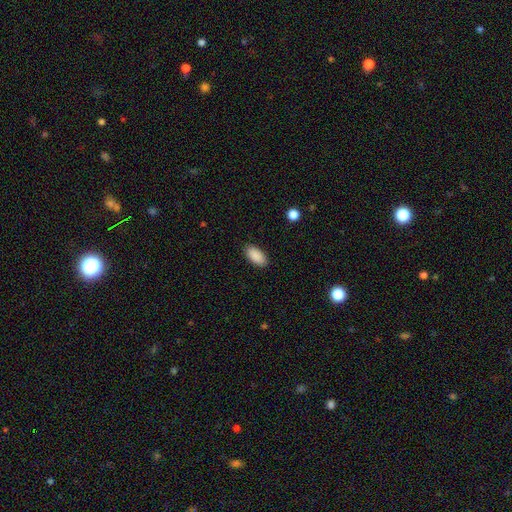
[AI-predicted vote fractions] Smooth or featured: smooth — 90% (star or artifact — 7%)
How rounded: in between — 94% (cigar-shaped — 4%)
Merging: none — 88% (minor disturbance — 9%)